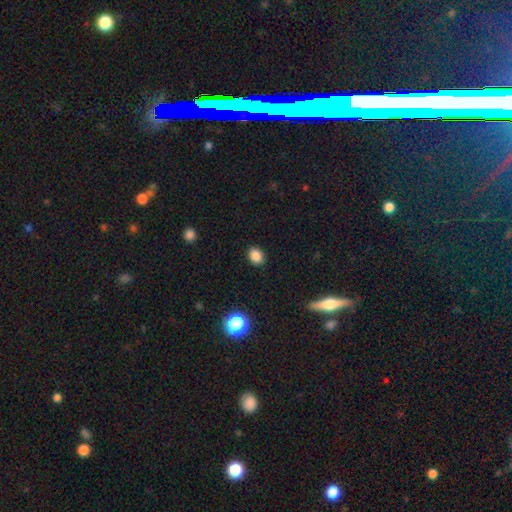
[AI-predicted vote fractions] This appears to be a smooth galaxy with no disk features (86%) that is in between round and cigar-shaped (53%). Merging: none (89%).